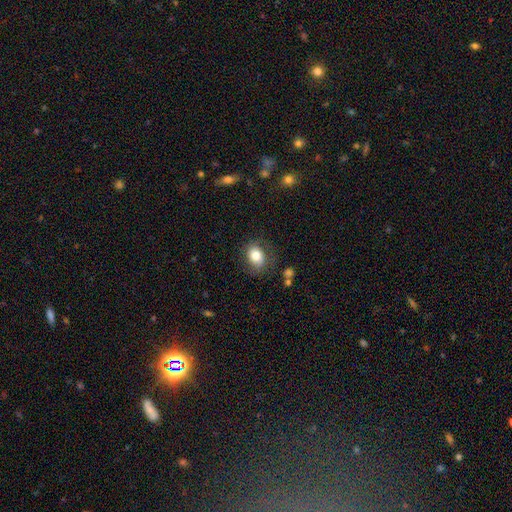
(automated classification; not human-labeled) smooth_or_featured: smooth (p=0.77) [alt: featured or disk p=0.14]
how_rounded: in between (p=0.62) [alt: round p=0.36]
merging: none (p=0.73) [alt: minor disturbance p=0.18]